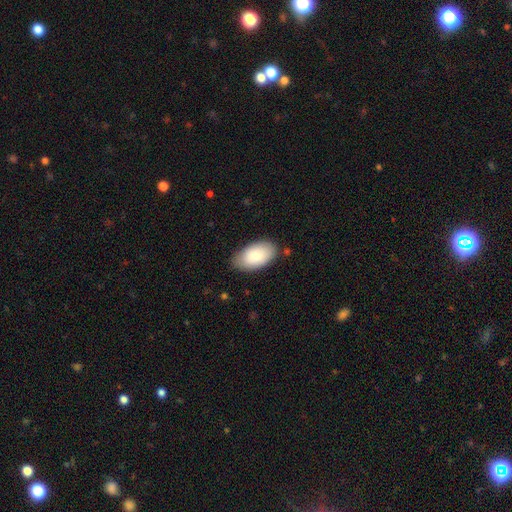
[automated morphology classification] Overall: smooth (85%). How rounded: in between (95%). Merging: none (79%).